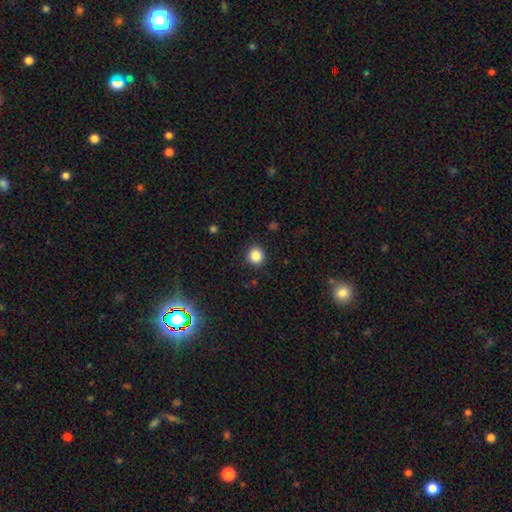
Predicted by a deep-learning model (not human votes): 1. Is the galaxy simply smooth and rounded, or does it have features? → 86% smooth, 11% star or artifact, 3% featured or disk.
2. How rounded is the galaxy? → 91% round, 8% in between, 1% cigar-shaped.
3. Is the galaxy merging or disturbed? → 91% none, 6% minor disturbance, 2% major disturbance, 1% merger.